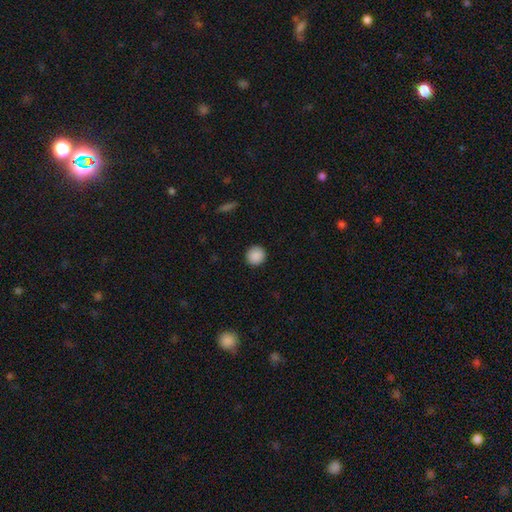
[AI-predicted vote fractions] smooth 89%, star or artifact 8%, featured or disk 2%. Down the decision tree: how rounded — round (94%); merging — none (92%).